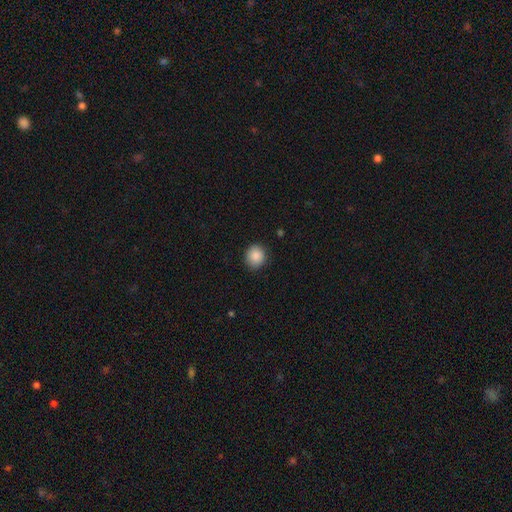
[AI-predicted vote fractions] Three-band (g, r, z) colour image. It shows a smooth galaxy with no disk features (88%) that is round (85%). Merging: none (88%).